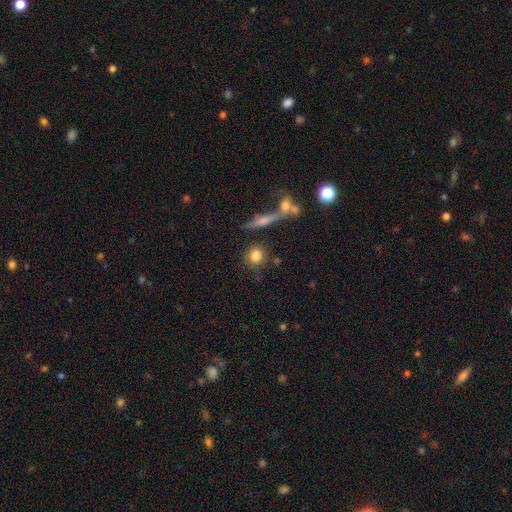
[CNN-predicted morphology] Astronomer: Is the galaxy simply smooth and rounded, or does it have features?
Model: smooth — 80%.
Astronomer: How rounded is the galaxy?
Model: round — 84%.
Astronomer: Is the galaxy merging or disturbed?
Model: none — 76%.